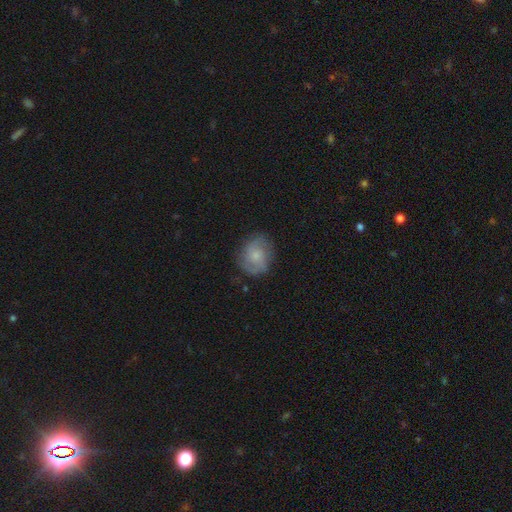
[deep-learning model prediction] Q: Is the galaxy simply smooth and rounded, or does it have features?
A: featured or disk — 48%.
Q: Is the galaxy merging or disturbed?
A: none — 73%.